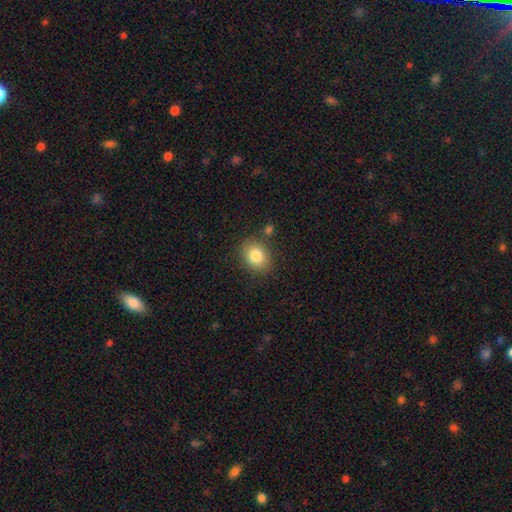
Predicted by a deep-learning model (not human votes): The model was most divided on "how rounded": round: 52%, in between: 47%, cigar-shaped: 1%. More confident: smooth or featured — smooth (83%); merging — none (80%).